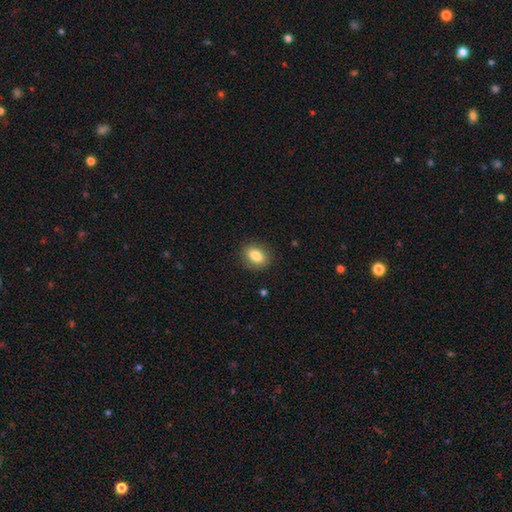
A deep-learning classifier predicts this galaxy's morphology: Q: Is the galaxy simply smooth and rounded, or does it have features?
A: smooth — 83%.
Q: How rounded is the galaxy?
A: in between — 72%.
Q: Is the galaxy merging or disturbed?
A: none — 87%.